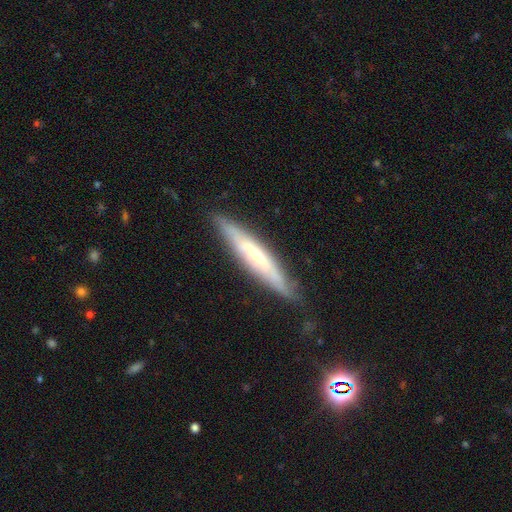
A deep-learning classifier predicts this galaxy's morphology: The model was most divided on "smooth or featured": featured or disk: 59%, smooth: 35%, star or artifact: 6%. More confident: merging — none (80%); edge-on disk — yes (79%).